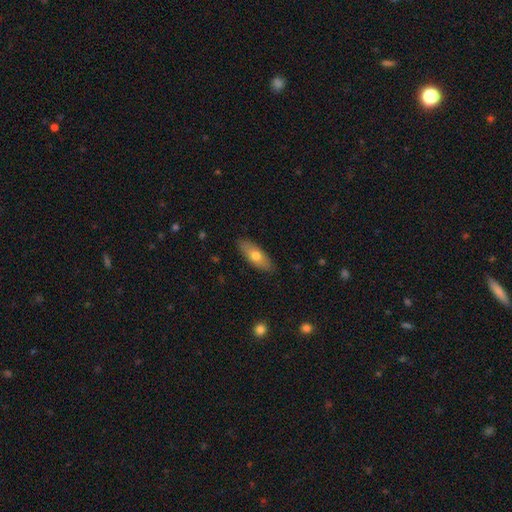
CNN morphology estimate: smooth-or-featured: smooth: 66% | featured or disk: 28% | star or artifact: 6%
  how-rounded: in between: 72% | cigar-shaped: 25% | round: 3%
  merging: none: 87% | minor disturbance: 10% | major disturbance: 2% | merger: 1%